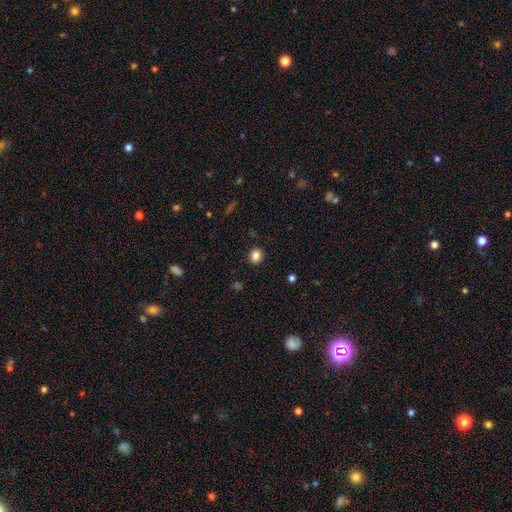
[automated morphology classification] This appears to be a smooth galaxy with no disk features (85%) that is round (74%). Merging: none (89%).